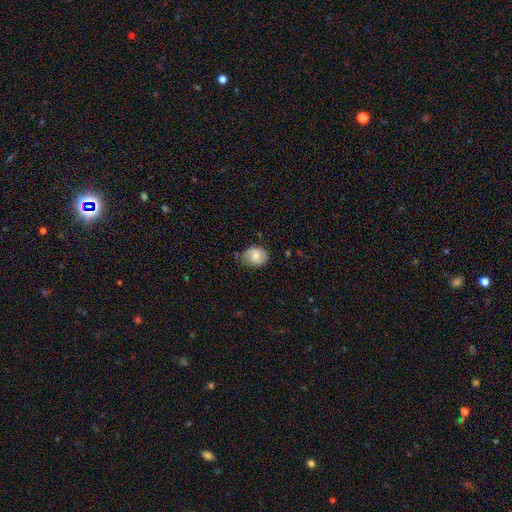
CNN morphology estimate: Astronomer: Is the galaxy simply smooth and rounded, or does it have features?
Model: smooth — 62%.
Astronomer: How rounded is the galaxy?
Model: in between — 57% (runner-up: round, 42%).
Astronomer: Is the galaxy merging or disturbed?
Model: none — 64%.